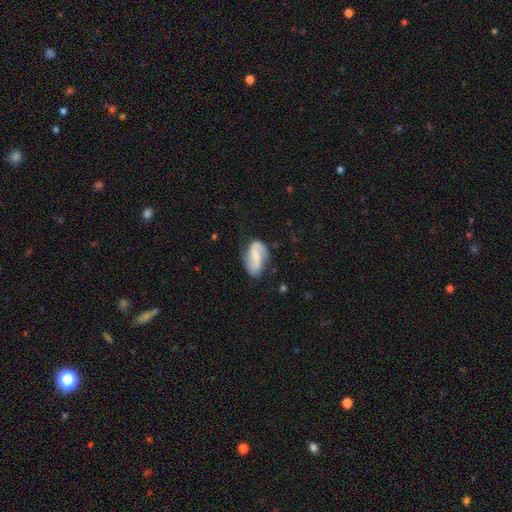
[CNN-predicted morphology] A featured or disk galaxy (65%) with a weak bar (44%), 2 (88%) loose (56%) spiral arms (92%) and a small central bulge (43%). Merging: none (70%).